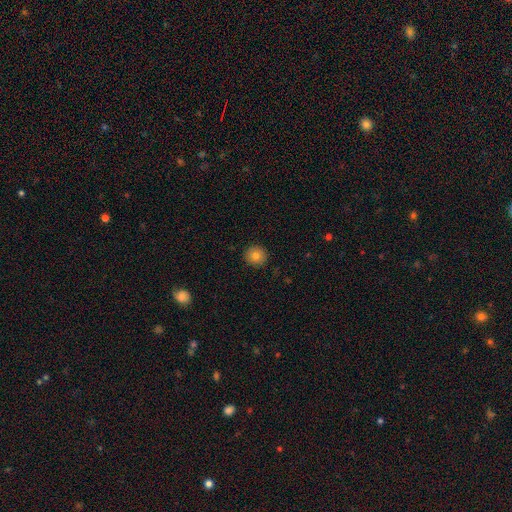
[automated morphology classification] type=smooth (80%); roundness=round (93%); merging=none (92%).